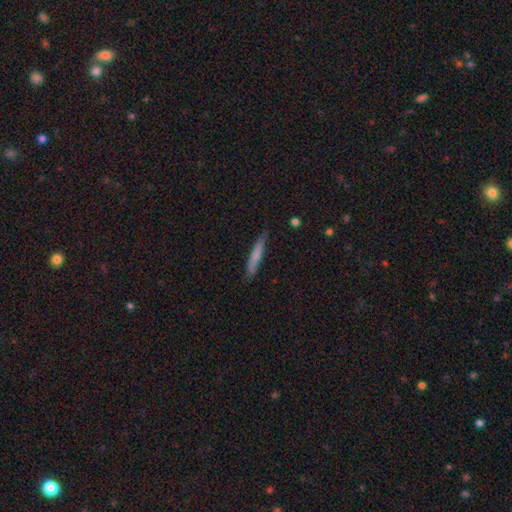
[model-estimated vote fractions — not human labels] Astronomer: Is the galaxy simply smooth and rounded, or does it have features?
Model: smooth — 71%.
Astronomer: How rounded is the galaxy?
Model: cigar-shaped — 94%.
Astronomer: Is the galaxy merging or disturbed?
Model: none — 81%.